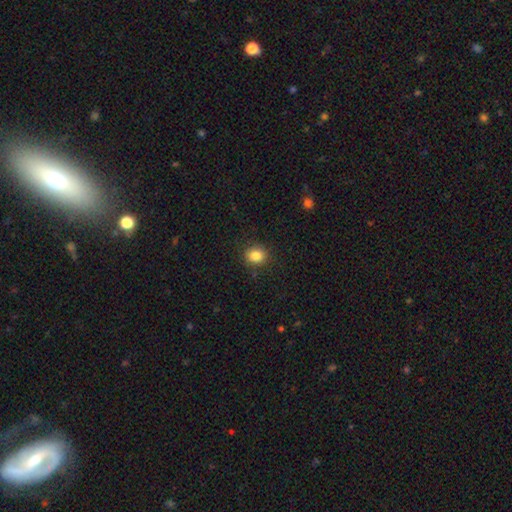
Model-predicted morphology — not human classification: smooth 84%, star or artifact 10%, featured or disk 5%. Down the decision tree: how rounded — round (79%); merging — none (89%).